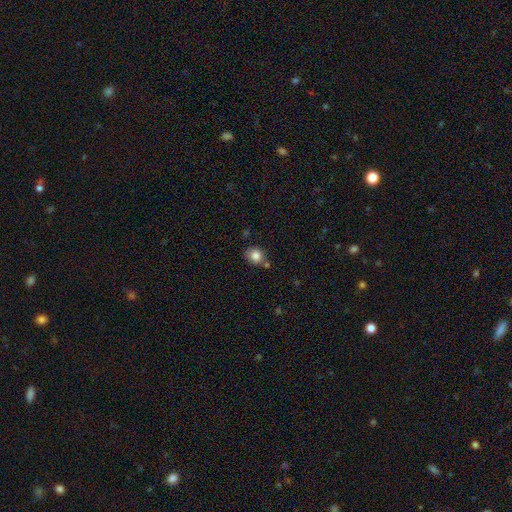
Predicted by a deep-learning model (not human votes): smooth 83%, star or artifact 10%, featured or disk 8%. Down the decision tree: how rounded — round (70%); merging — none (67%).